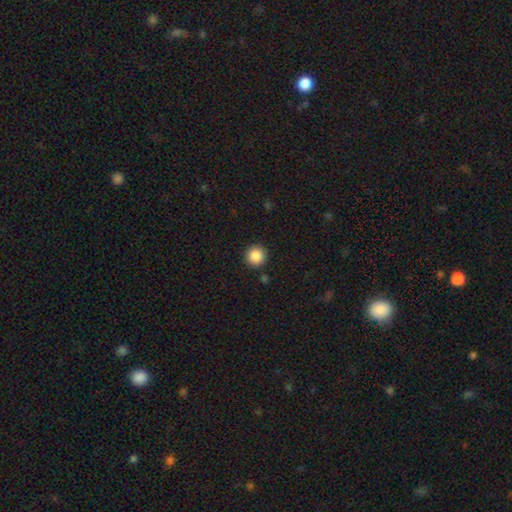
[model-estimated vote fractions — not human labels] A smooth galaxy with no disk features (87%) that is round (94%). Merging: none (91%).